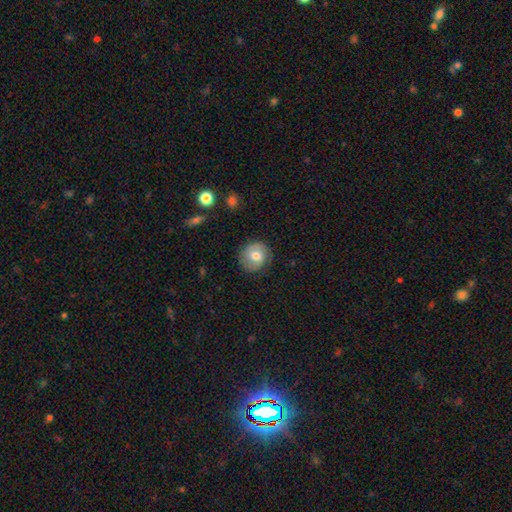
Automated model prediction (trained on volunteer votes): This is likely a smooth galaxy (61%). How rounded: clearly round (86%). Merging: clearly none (81%).